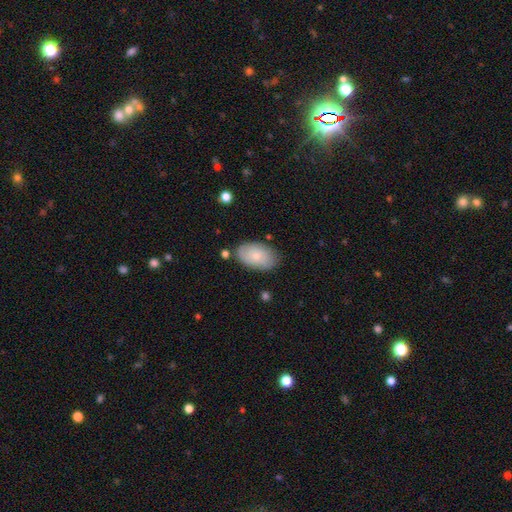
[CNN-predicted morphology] smooth 67%, featured or disk 27%, star or artifact 6%. Down the decision tree: how rounded — in between (93%); merging — none (77%).